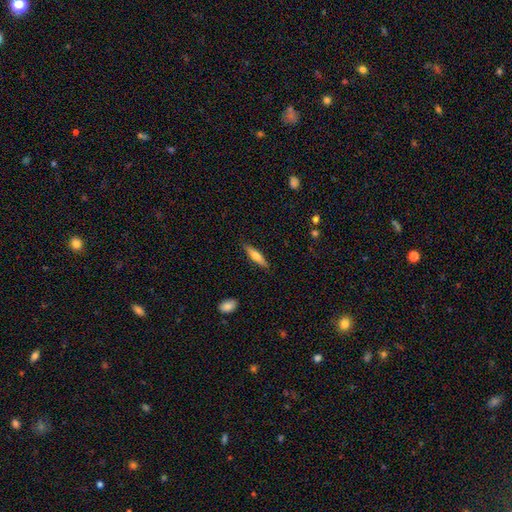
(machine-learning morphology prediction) Smooth or featured?
  - smooth: 58% *
  - featured or disk: 36%
  - star or artifact: 6%
How rounded?
  - cigar-shaped: 77% *
  - in between: 21%
  - round: 2%
Merging?
  - none: 87% *
  - minor disturbance: 10%
  - major disturbance: 2%
  - merger: 1%